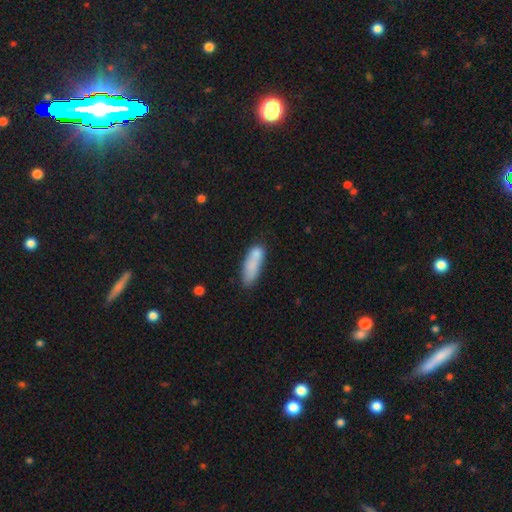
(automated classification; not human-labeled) smooth_or_featured: smooth (p=0.53) [alt: star or artifact p=0.29]
how_rounded: cigar-shaped (p=0.51) [alt: in between p=0.43]
merging: none (p=0.75) [alt: minor disturbance p=0.14]